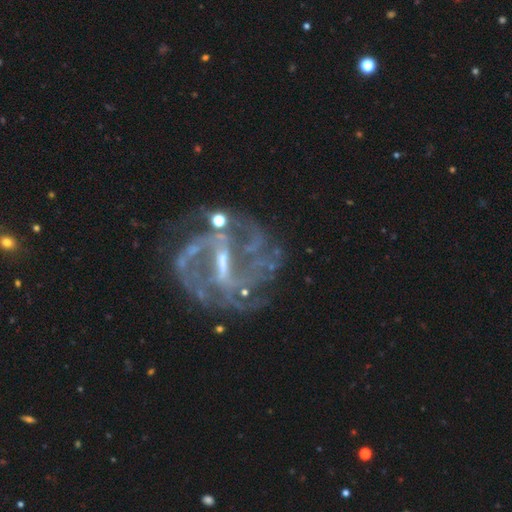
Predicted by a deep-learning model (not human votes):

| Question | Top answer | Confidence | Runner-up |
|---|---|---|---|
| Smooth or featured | featured or disk | 85% | star or artifact (10%) |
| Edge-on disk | no | 97% | yes (3%) |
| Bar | strong | 50% | weak (37%) |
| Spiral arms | yes | 89% | no (11%) |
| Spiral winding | medium | 43% | tight (33%) |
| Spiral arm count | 2 | 33% | can't tell (25%) |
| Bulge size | small | 57% | moderate (20%) |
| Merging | none | 64% | minor disturbance (15%) |